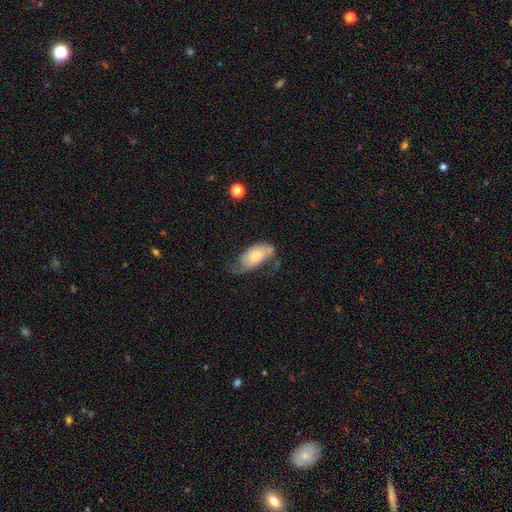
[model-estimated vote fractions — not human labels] Smooth or featured: smooth — 63% (featured or disk — 30%)
How rounded: in between — 93% (cigar-shaped — 4%)
Merging: minor disturbance — 35% (tied with none — 35%)